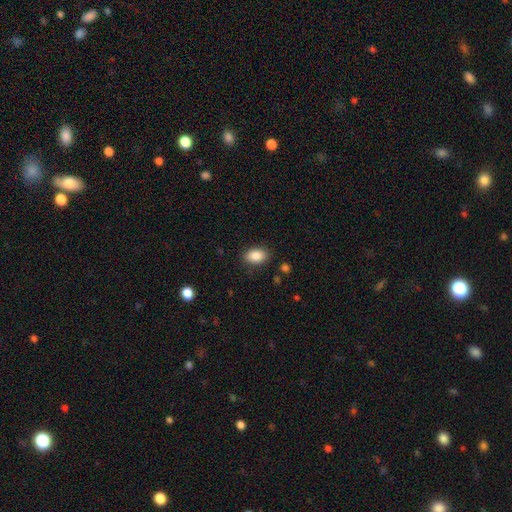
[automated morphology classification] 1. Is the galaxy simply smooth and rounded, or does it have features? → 88% smooth, 8% star or artifact, 5% featured or disk.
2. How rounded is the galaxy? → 88% in between, 11% round, 1% cigar-shaped.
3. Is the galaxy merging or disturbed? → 86% none, 10% minor disturbance, 3% major disturbance, 1% merger.